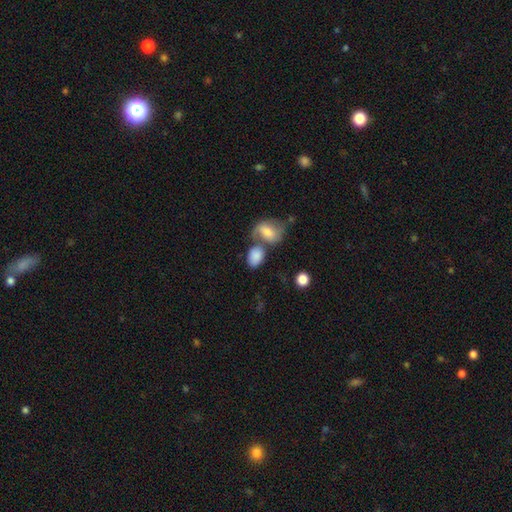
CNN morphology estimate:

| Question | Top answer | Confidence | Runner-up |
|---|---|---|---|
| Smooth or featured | smooth | 82% | featured or disk (11%) |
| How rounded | in between | 82% | round (16%) |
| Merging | merger | 44% | none (35%) |